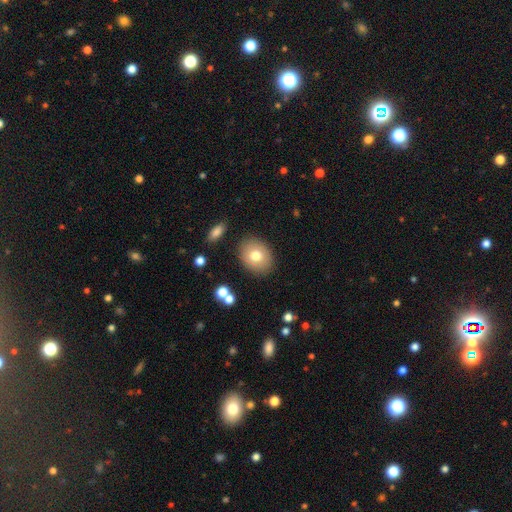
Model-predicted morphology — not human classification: Smooth or featured?
  - smooth: 74% *
  - featured or disk: 18%
  - star or artifact: 9%
How rounded?
  - in between: 53% *
  - round: 46%
  - cigar-shaped: 1%
Merging?
  - none: 86% *
  - minor disturbance: 9%
  - major disturbance: 3%
  - merger: 2%